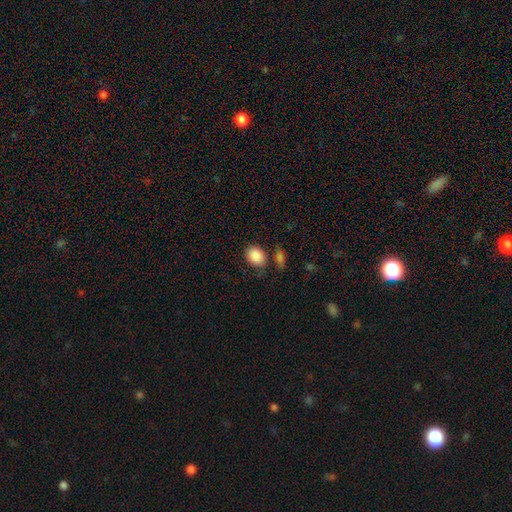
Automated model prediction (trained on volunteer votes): Morphology: type=smooth (89%); roundness=in between (61%); merging=none (71%).